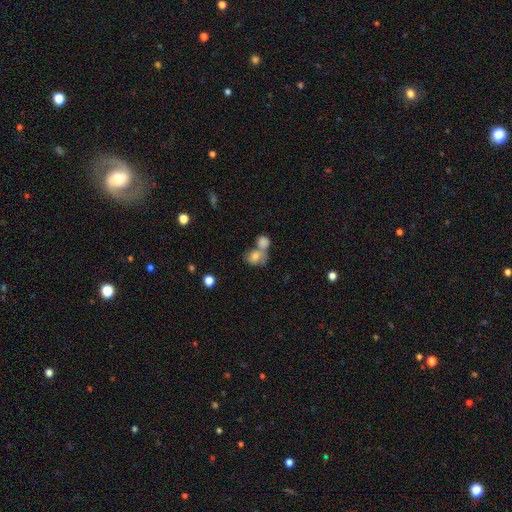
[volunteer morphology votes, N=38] This is possibly a featured or disk galaxy (47%). It is clearly not viewed edge-on (100%). Bar: possibly no (56%). Spiral arm pattern: likely yes (67%). Spiral arm count: clearly 2 (92%). Spiral winding: possibly medium (50%). Central bulge: clearly moderate (83%). Merging: possibly none (46%).